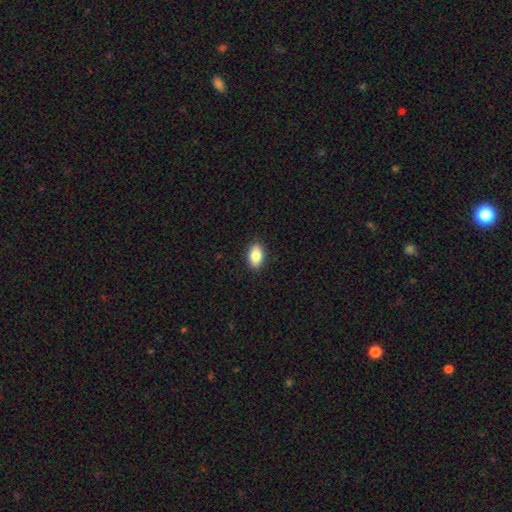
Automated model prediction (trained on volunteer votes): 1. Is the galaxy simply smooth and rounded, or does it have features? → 84% smooth, 8% featured or disk, 7% star or artifact.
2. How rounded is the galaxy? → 89% in between, 9% round, 3% cigar-shaped.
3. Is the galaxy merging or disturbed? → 90% none, 8% minor disturbance, 2% major disturbance, 1% merger.